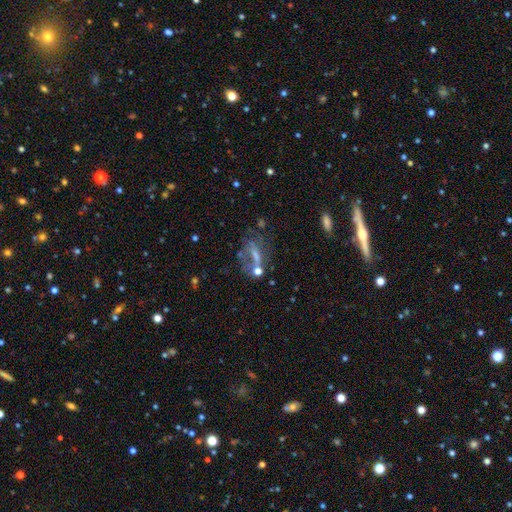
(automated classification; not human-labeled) Smooth or featured? featured or disk (50%)
Merging? none (46%)